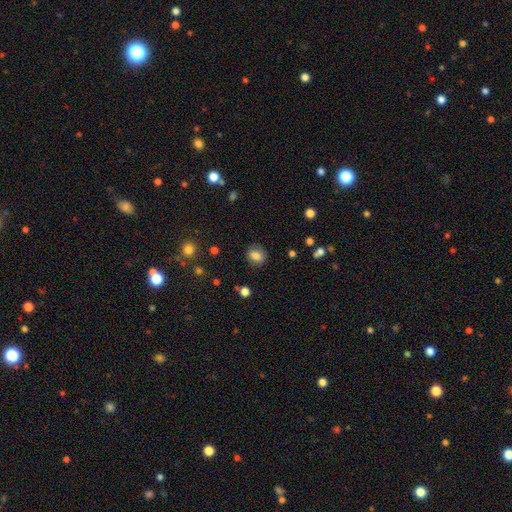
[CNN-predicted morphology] This is clearly a smooth galaxy (82%). How rounded: possibly round (55%). Merging: clearly none (82%).